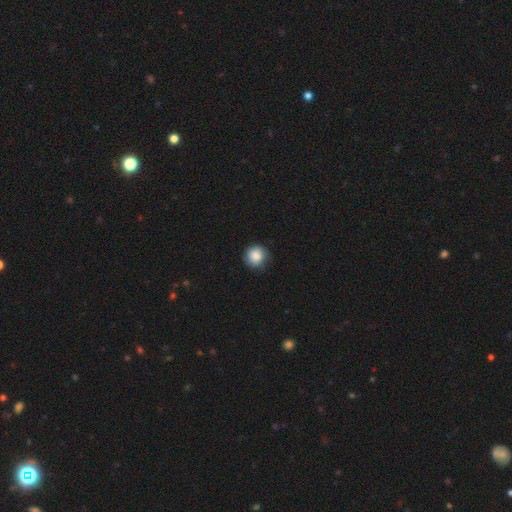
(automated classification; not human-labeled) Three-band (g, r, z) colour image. It shows a smooth galaxy with no disk features (85%) that is round (93%). Merging: none (78%).